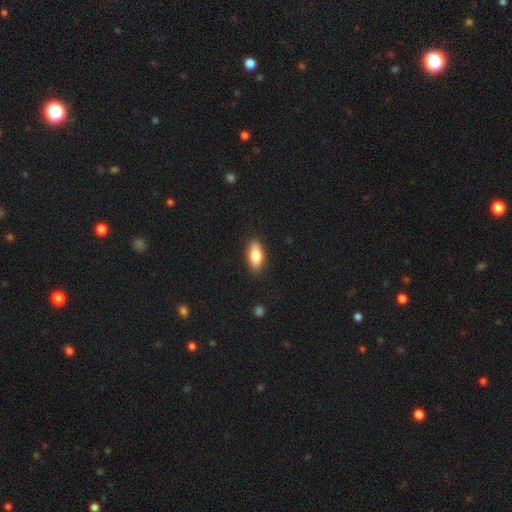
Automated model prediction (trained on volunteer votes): smooth-or-featured: smooth: 81% | featured or disk: 12% | star or artifact: 6%
  how-rounded: in between: 84% | cigar-shaped: 13% | round: 3%
  merging: none: 87% | minor disturbance: 9% | major disturbance: 2% | merger: 1%